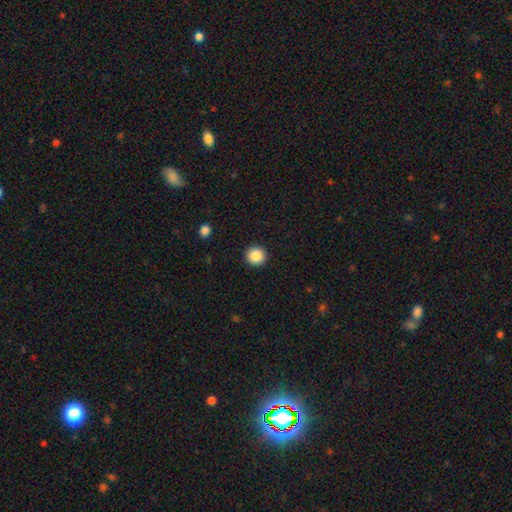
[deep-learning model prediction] This is clearly a smooth galaxy (88%). How rounded: clearly round (94%). Merging: clearly none (93%).